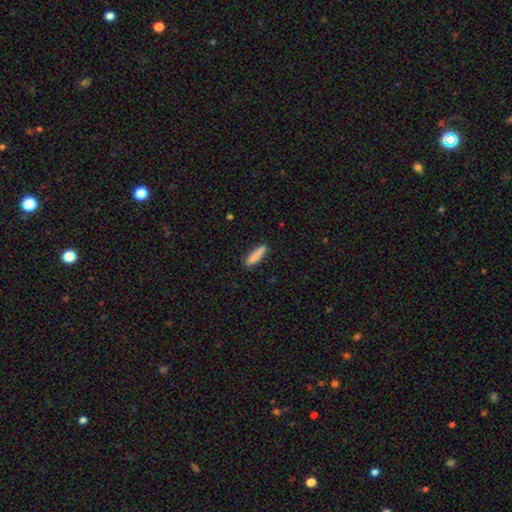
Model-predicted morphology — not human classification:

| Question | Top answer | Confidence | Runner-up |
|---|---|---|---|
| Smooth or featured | smooth | 86% | featured or disk (8%) |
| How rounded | cigar-shaped | 72% | in between (26%) |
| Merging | none | 85% | minor disturbance (11%) |